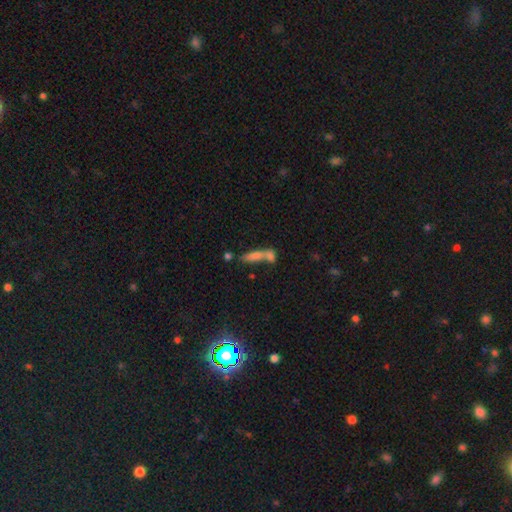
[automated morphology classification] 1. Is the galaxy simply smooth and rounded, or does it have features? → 71% smooth, 20% featured or disk, 10% star or artifact.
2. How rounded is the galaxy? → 67% cigar-shaped, 29% in between, 4% round.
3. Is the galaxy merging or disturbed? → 47% merger, 36% none, 10% minor disturbance, 6% major disturbance.